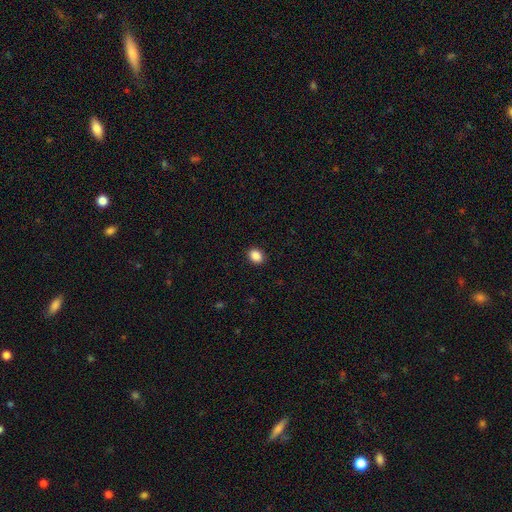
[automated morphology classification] Smooth or featured? smooth (88%)
How rounded? in between (56%)
Merging? none (91%)